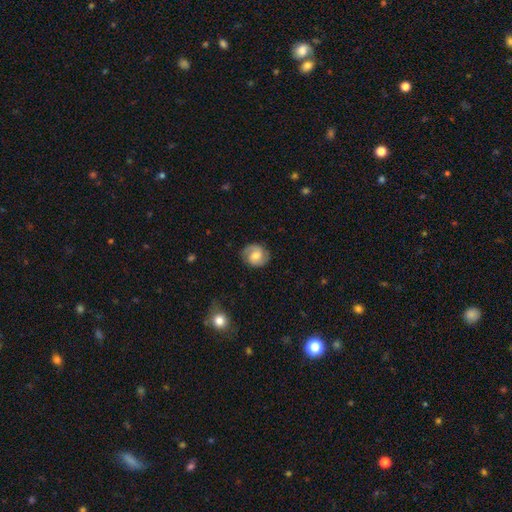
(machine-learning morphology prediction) Smooth or featured? featured or disk (50%)
Merging? none (80%)